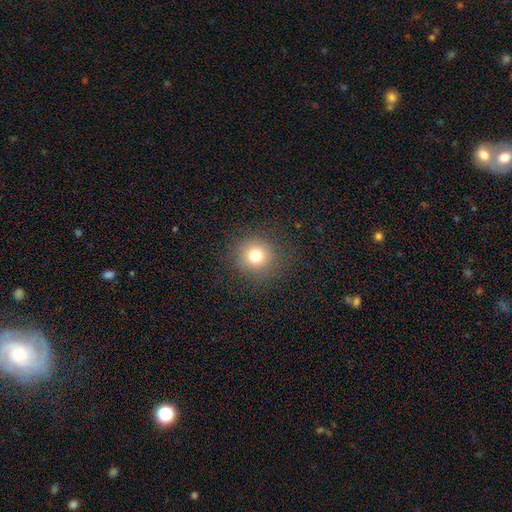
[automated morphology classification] Overall: smooth (76%). How rounded: round (92%). Merging: none (87%).